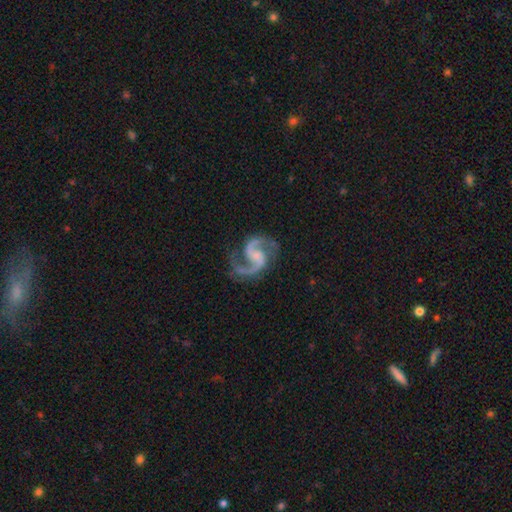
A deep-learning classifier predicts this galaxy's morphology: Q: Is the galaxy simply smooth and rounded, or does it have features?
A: featured or disk — 94%.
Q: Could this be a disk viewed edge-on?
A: no — 99%.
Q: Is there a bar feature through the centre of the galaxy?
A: no — 46%.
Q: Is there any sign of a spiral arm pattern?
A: yes — 98%.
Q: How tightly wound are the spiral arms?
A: medium — 62%.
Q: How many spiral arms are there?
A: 2 — 94%.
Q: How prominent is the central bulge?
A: small — 47%.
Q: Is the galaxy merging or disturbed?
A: none — 75%.